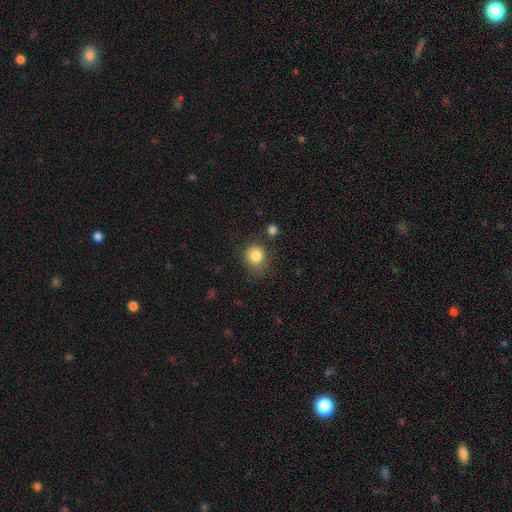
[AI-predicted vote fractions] smooth-or-featured: smooth: 84% | star or artifact: 10% | featured or disk: 6%
  how-rounded: round: 81% | in between: 18% | cigar-shaped: 1%
  merging: none: 69% | minor disturbance: 19% | major disturbance: 6% | merger: 5%